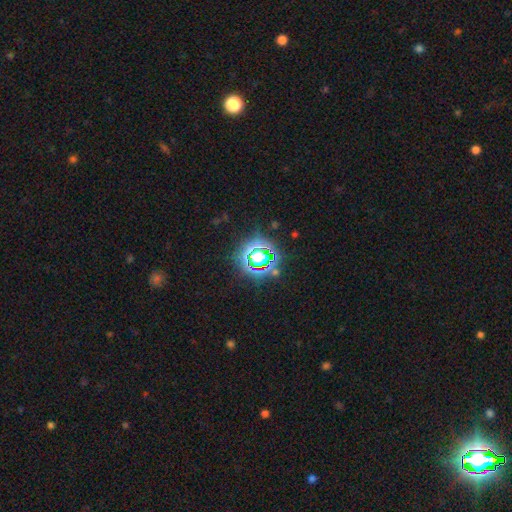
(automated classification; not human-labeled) star or artifact 62%, smooth 26%, featured or disk 12%.